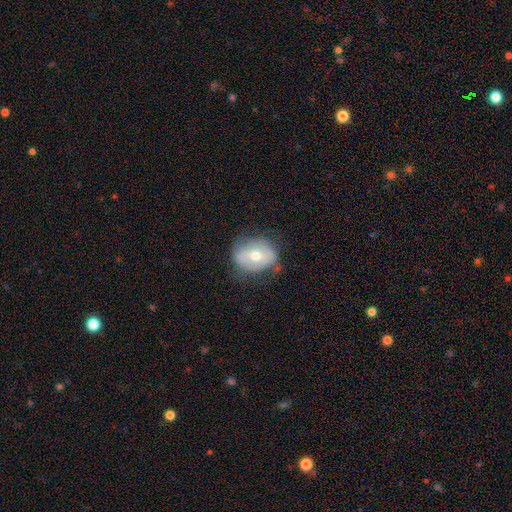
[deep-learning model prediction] The model was most divided on "how rounded": in between: 51%, round: 47%, cigar-shaped: 1%. More confident: merging — none (65%); smooth or featured — smooth (53%).